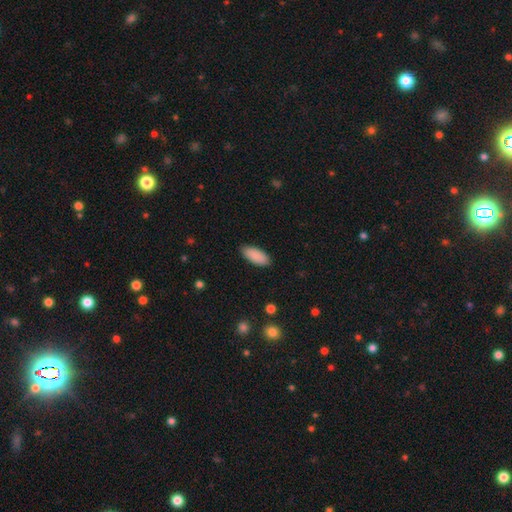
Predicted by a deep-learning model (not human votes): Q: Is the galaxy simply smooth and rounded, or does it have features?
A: smooth — 90%.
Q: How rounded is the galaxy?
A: in between — 86%.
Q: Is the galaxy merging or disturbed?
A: none — 88%.